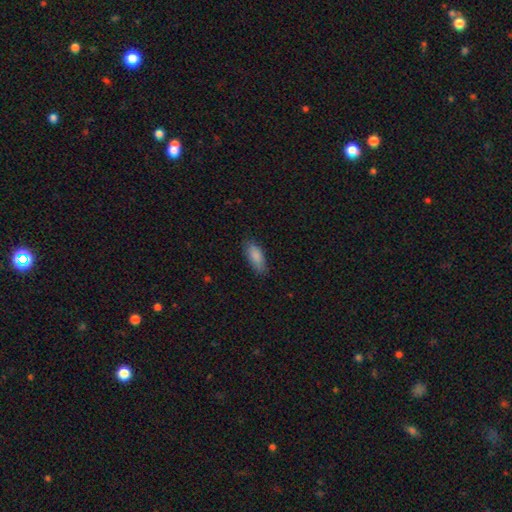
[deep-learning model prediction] Smooth or featured?
  - smooth: 87% *
  - featured or disk: 7%
  - star or artifact: 6%
How rounded?
  - in between: 81% *
  - cigar-shaped: 17%
  - round: 2%
Merging?
  - none: 80% *
  - minor disturbance: 15%
  - major disturbance: 3%
  - merger: 1%